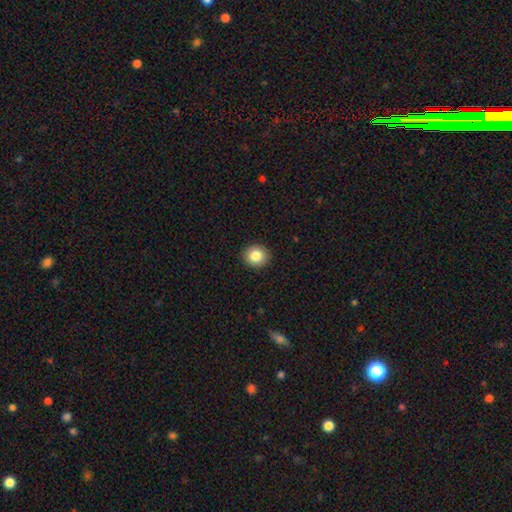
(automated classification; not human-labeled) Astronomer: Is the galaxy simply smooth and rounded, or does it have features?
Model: smooth — 84%.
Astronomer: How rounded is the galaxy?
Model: round — 82%.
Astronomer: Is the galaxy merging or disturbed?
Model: none — 92%.